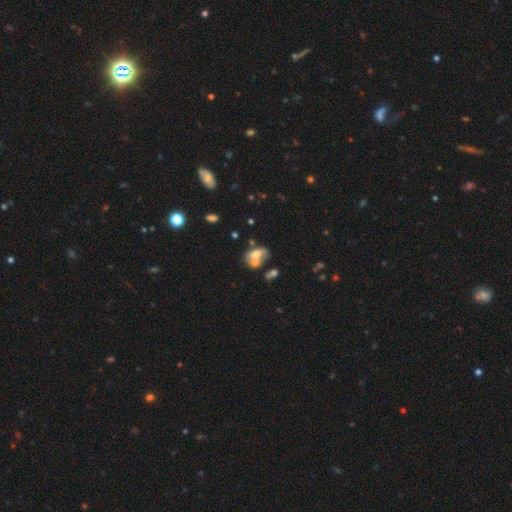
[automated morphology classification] smooth-or-featured: smooth: 54% | featured or disk: 35% | star or artifact: 11%
  how-rounded: in between: 79% | round: 17% | cigar-shaped: 3%
  merging: merger: 53% | none: 23% | minor disturbance: 12% | major disturbance: 11%